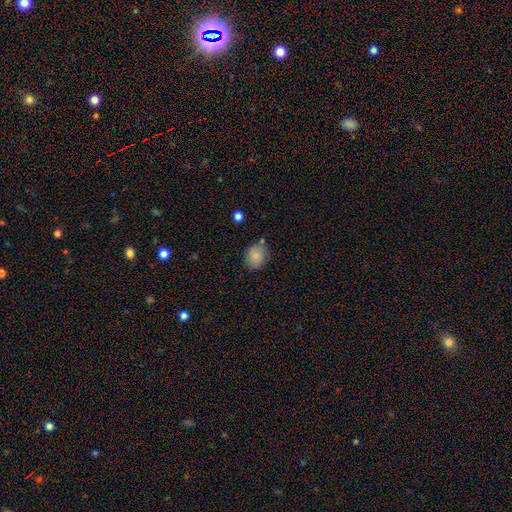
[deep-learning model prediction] This is clearly a smooth galaxy (84%). How rounded: possibly round (54%). Merging: likely none (75%).